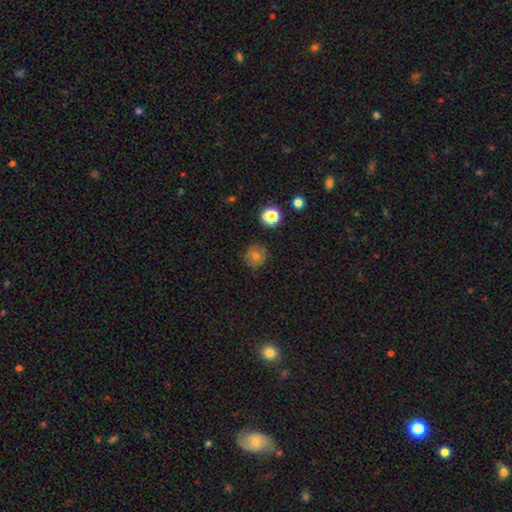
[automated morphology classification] type=smooth (73%); roundness=round (92%); merging=none (83%).